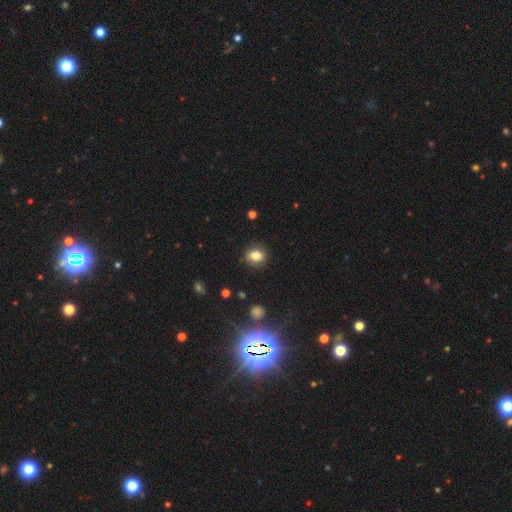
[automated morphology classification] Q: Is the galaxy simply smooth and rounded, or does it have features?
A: smooth — 82%.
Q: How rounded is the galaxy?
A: round — 66%.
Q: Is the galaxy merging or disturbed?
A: none — 87%.